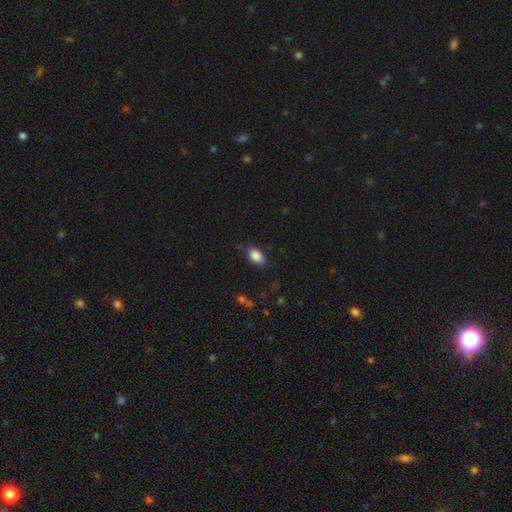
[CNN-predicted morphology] A smooth galaxy with no disk features (87%) that is in between round and cigar-shaped (91%). Merging: none (76%).